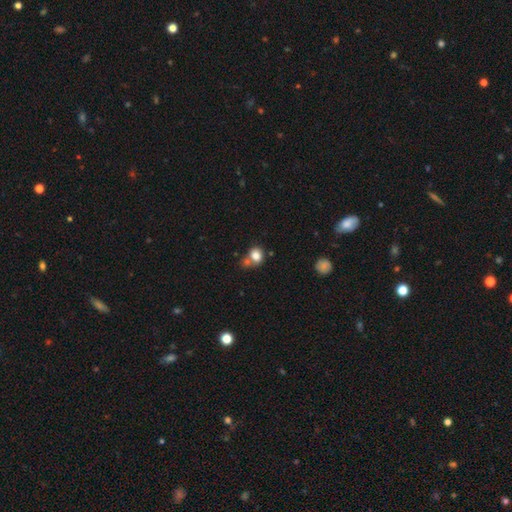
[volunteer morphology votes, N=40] smooth 90%, featured or disk 5%, star or artifact 5%. Down the decision tree: how rounded — round (92%); merging — merger (50%).